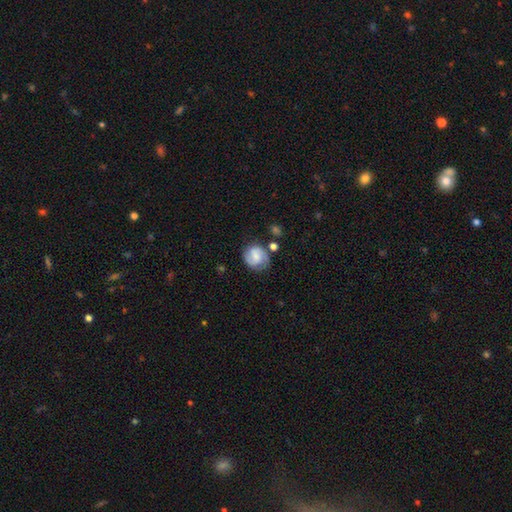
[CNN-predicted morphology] A featured or disk galaxy (56%) with a weak bar (46%), spiral arms (90%) and a small central bulge (43%).

Vote fractions:
- Smooth or featured? featured or disk: 56% / smooth: 36% / star or artifact: 8%
- Edge-on disk? no: 98% / yes: 2%
- Bar? weak: 46% / no: 42% / strong: 12%
- Spiral arms? yes: 90% / no: 10%
- Bulge size? small: 43% / moderate: 31% / none: 18% / large: 5% / dominant: 2%
- Merging? none: 66% / minor disturbance: 19% / merger: 7% / major disturbance: 7%